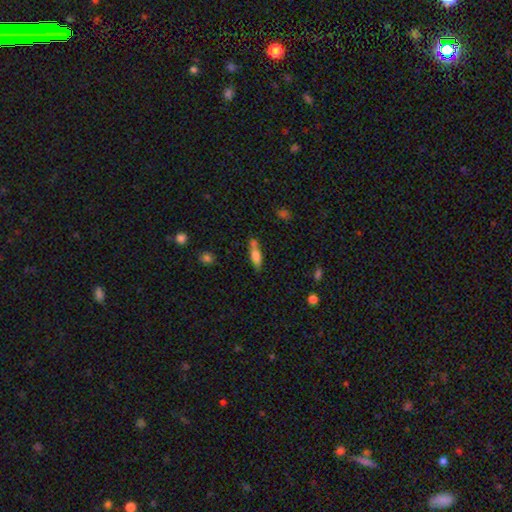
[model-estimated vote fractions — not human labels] smooth 63%, featured or disk 29%, star or artifact 8%. Down the decision tree: how rounded — cigar-shaped (55%); merging — none (62%).